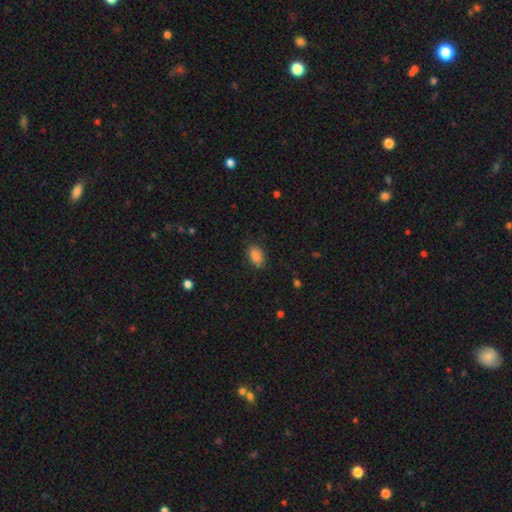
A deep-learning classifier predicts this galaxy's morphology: smooth_or_featured: smooth (p=0.87) [alt: star or artifact p=0.08]
how_rounded: in between (p=0.91) [alt: round p=0.07]
merging: none (p=0.85) [alt: minor disturbance p=0.11]